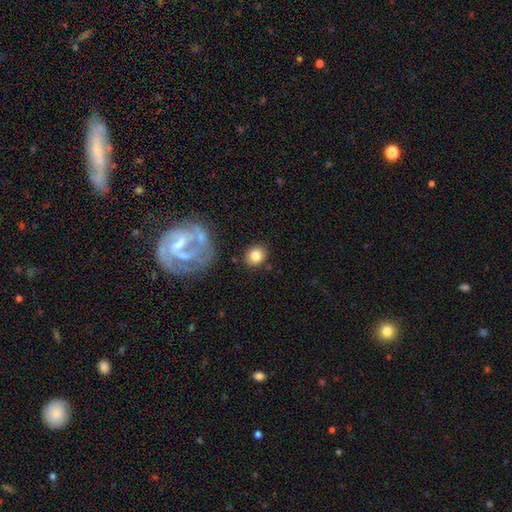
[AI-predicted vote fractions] The model was most divided on "how rounded": round: 74%, in between: 25%, cigar-shaped: 1%. More confident: merging — none (84%); smooth or featured — smooth (81%).